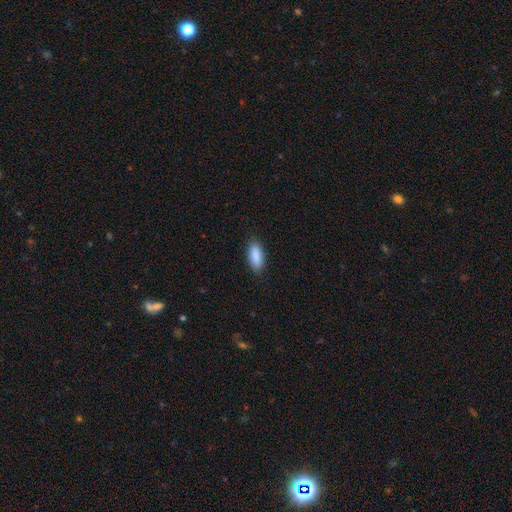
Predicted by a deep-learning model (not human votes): A smooth galaxy with no disk features (90%) that is in between round and cigar-shaped (83%). Merging: none (87%).